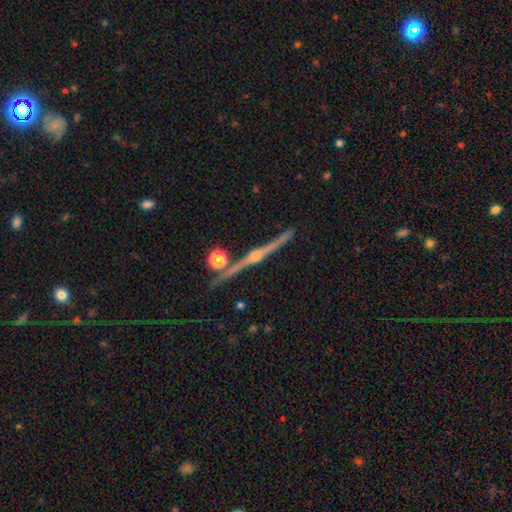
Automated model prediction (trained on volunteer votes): A featured or disk galaxy (87%) viewed edge-on (98%) with a rounded central bulge (90%). Merging: none (86%).